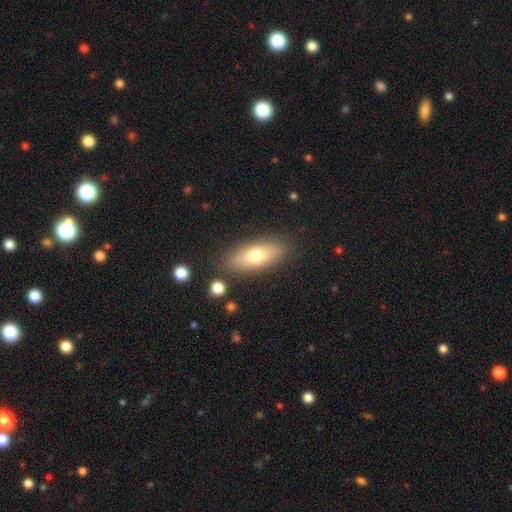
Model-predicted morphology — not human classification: Smooth or featured: smooth — 71% (featured or disk — 21%)
How rounded: in between — 78% (cigar-shaped — 18%)
Merging: none — 84% (minor disturbance — 11%)